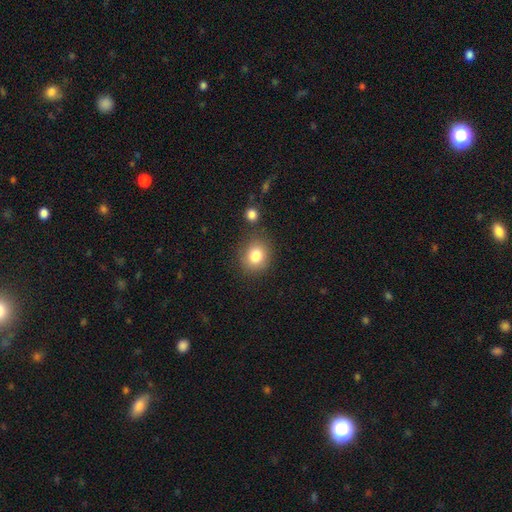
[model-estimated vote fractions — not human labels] Smooth or featured?
  - smooth: 81% *
  - star or artifact: 11%
  - featured or disk: 8%
How rounded?
  - round: 75% *
  - in between: 25%
  - cigar-shaped: 1%
Merging?
  - none: 80% *
  - minor disturbance: 11%
  - merger: 6%
  - major disturbance: 4%